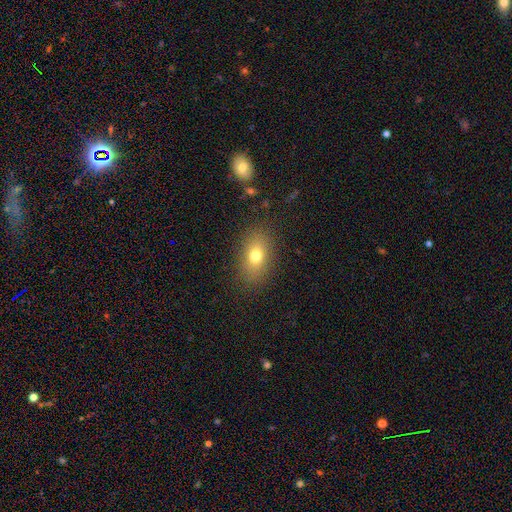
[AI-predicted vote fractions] Smooth or featured?
  - smooth: 75% *
  - featured or disk: 14%
  - star or artifact: 11%
How rounded?
  - in between: 81% *
  - round: 15%
  - cigar-shaped: 4%
Merging?
  - none: 84% *
  - minor disturbance: 10%
  - major disturbance: 4%
  - merger: 1%